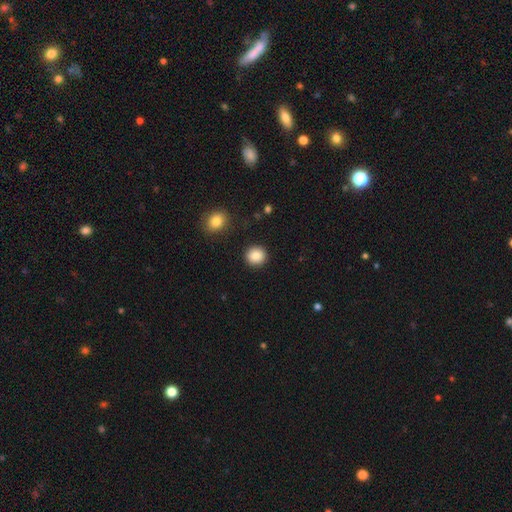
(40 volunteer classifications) Morphology: type=smooth (90%); roundness=round (100%); merging=none (92%).